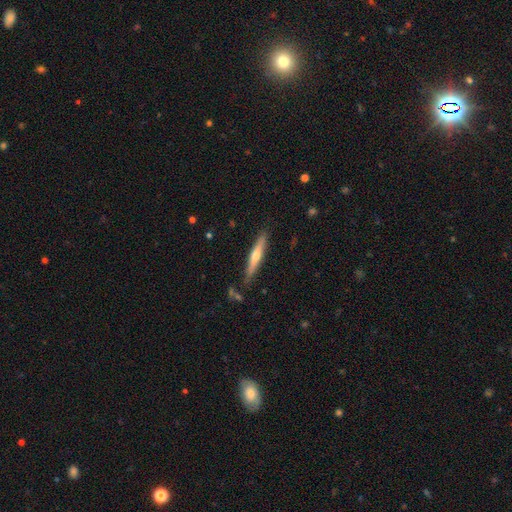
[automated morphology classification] A featured or disk galaxy (56%) viewed edge-on (94%) with a rounded central bulge (84%).

Vote fractions:
- Smooth or featured? featured or disk: 56% / smooth: 38% / star or artifact: 6%
- Edge-on disk? yes: 94% / no: 6%
- Edge-on bulge? rounded: 84% / none: 13% / boxy: 3%
- Merging? none: 85% / minor disturbance: 11% / merger: 3% / major disturbance: 2%